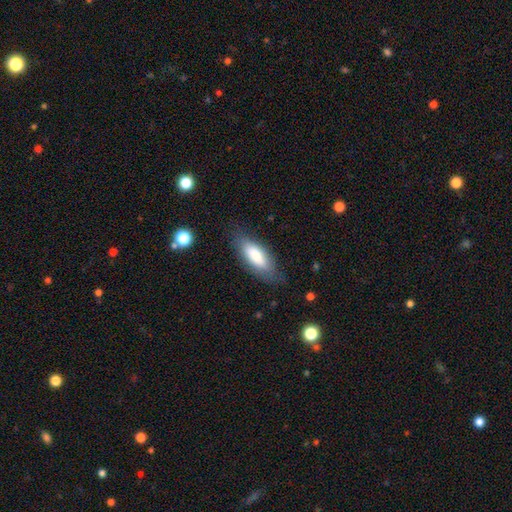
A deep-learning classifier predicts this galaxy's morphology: The model was most divided on "how rounded": in between: 74%, cigar-shaped: 24%, round: 2%. More confident: smooth or featured — smooth (78%); merging — none (75%).